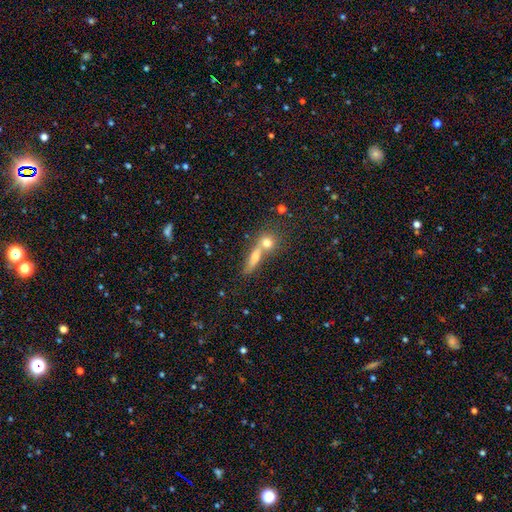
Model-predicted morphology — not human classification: Smooth or featured? Predicted: smooth (p=0.57). How rounded? Predicted: cigar-shaped (p=0.37). Merging? Predicted: none (p=0.44).